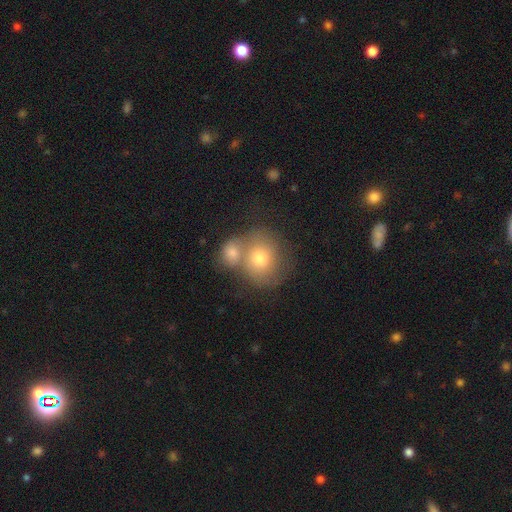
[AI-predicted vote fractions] smooth-or-featured: smooth: 57% | featured or disk: 27% | star or artifact: 16%
  how-rounded: round: 82% | in between: 17% | cigar-shaped: 1%
  merging: merger: 44% | none: 43% | minor disturbance: 9% | major disturbance: 4%